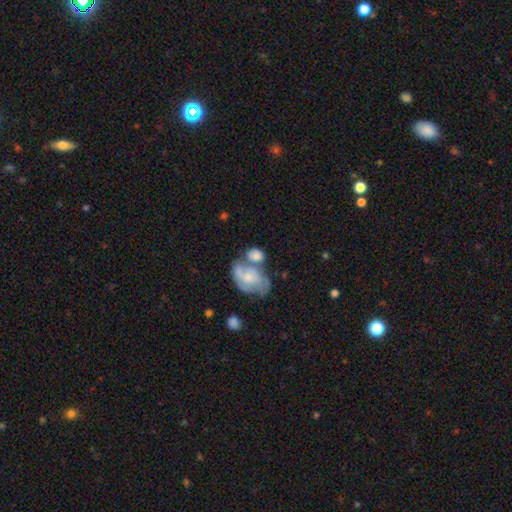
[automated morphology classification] Overall: smooth (57%; featured or disk 36%). How rounded: in between (65%; round 33%). Merging: merger (46%; none 29%).